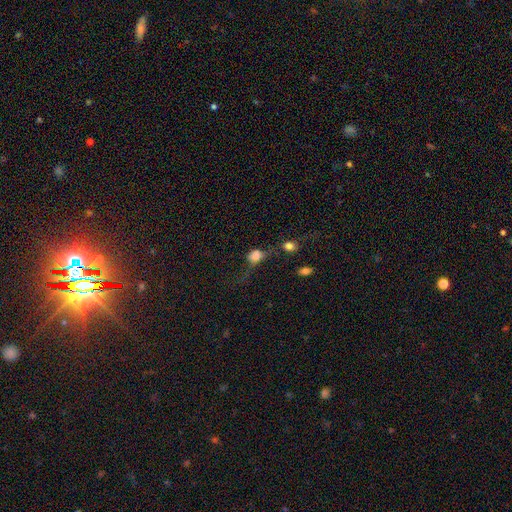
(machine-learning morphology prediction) This is likely a smooth galaxy (74%). How rounded: possibly round (55%). Merging: marginally major disturbance (36%).